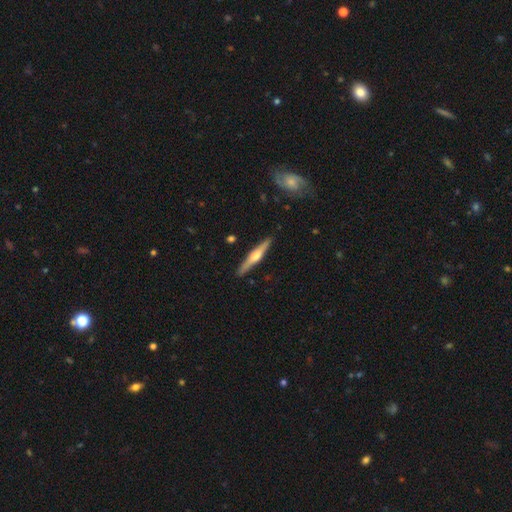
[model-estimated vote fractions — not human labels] A featured or disk galaxy (66%) viewed edge-on (97%) with a rounded central bulge (89%).

Vote fractions:
- Smooth or featured? featured or disk: 66% / smooth: 28% / star or artifact: 5%
- Edge-on disk? yes: 97% / no: 3%
- Edge-on bulge? rounded: 89% / boxy: 6% / none: 5%
- Merging? none: 90% / minor disturbance: 7% / major disturbance: 1% / merger: 1%